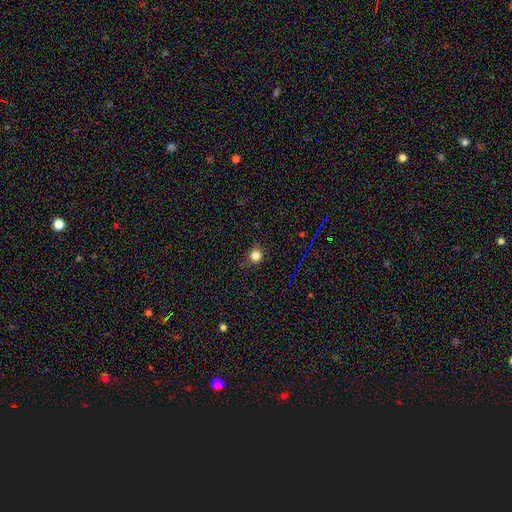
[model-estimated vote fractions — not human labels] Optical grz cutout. It shows a smooth galaxy with no disk features (78%) that is round (86%). Merging: none (77%).